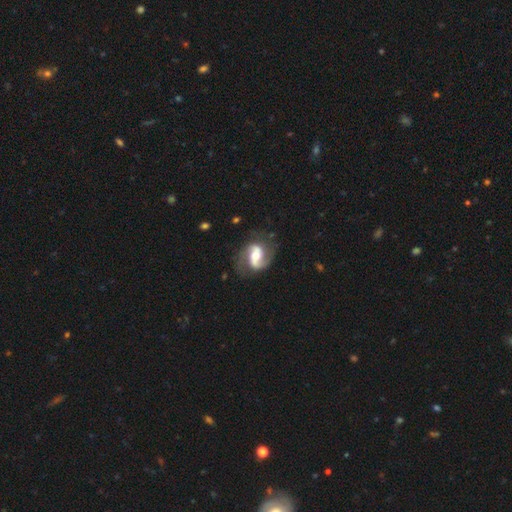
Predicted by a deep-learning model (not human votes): A featured or disk galaxy (86%) with a weak bar (40%), 2 (90%) medium (46%) spiral arms (95%) and a moderate central bulge (64%).

Vote fractions:
- Smooth or featured? featured or disk: 86% / smooth: 9% / star or artifact: 5%
- Edge-on disk? no: 97% / yes: 3%
- Bar? weak: 40% / strong: 30% / no: 29%
- Spiral arms? yes: 95% / no: 5%
- Spiral winding? medium: 46% / loose: 41% / tight: 13%
- Spiral arm count? 2: 90% / 1: 5% / can't tell: 3% / 3: 1% / 4: 1% / more than 4: 1%
- Bulge size? moderate: 64% / small: 19% / large: 13% / none: 2% / dominant: 2%
- Merging? none: 72% / minor disturbance: 17% / major disturbance: 9% / merger: 2%